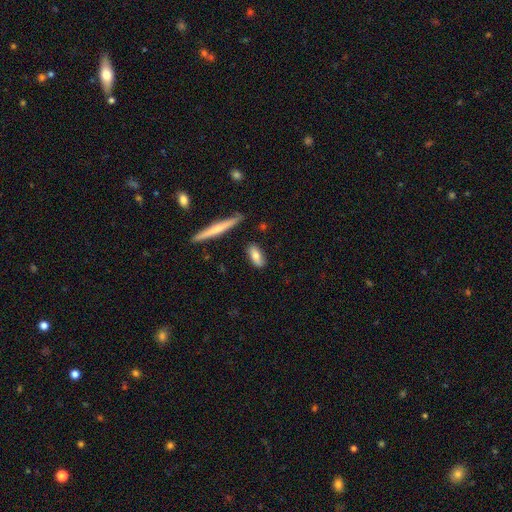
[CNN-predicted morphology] Overall: smooth (72%). How rounded: in between (67%; cigar-shaped 30%). Merging: none (84%).